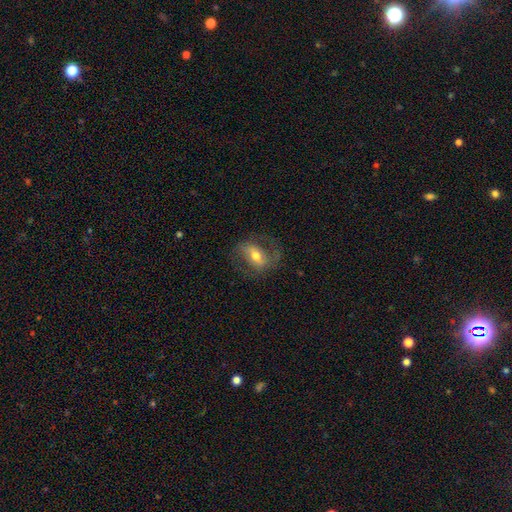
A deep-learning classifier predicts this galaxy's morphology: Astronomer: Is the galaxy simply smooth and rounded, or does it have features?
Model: featured or disk — 63%.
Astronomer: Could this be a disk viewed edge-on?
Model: no — 93%.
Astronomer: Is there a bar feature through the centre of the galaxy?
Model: strong — 38% (runner-up: weak, 36%).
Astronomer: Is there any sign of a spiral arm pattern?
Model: yes — 80%.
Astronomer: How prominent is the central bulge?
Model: moderate — 65%.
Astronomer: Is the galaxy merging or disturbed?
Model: none — 68%.